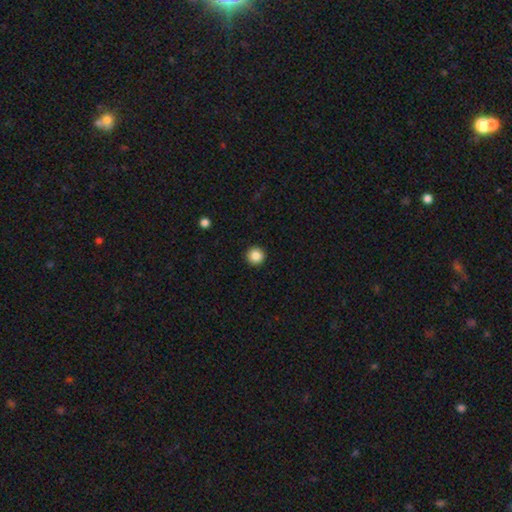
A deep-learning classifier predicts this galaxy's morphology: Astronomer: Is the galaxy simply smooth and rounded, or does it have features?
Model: smooth — 86%.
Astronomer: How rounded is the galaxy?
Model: round — 96%.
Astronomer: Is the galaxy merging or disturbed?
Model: none — 93%.